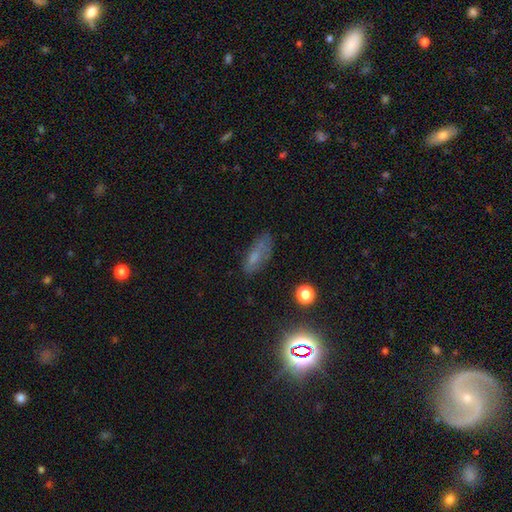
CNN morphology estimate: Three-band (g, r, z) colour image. It shows a smooth galaxy with no disk features (56%) that is in between round and cigar-shaped (69%). Merging: none (62%).